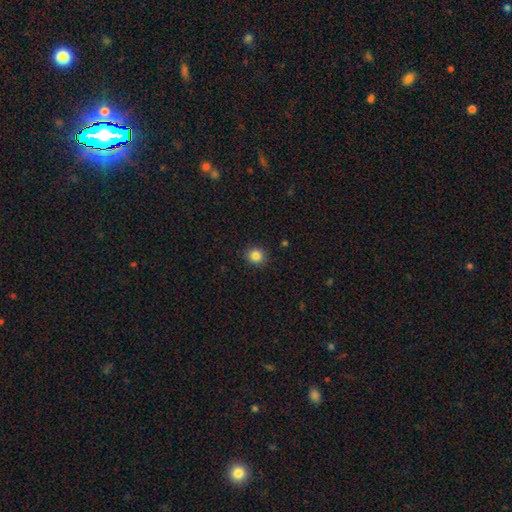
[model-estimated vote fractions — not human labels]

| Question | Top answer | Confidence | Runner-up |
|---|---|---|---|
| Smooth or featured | smooth | 85% | star or artifact (11%) |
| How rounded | round | 86% | in between (13%) |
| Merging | none | 91% | minor disturbance (6%) |